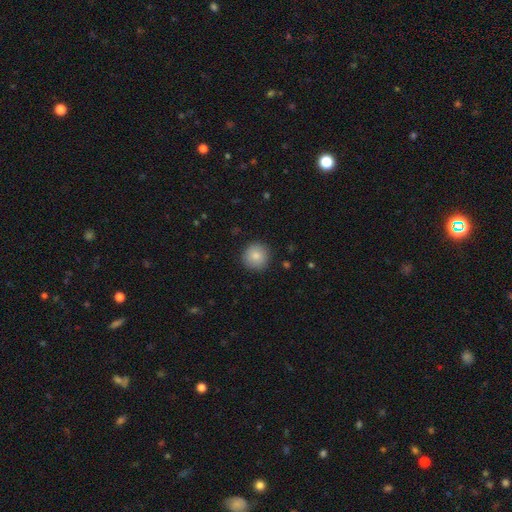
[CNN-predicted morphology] Smooth or featured? Predicted: smooth (p=0.84). How rounded? Predicted: round (p=0.94). Merging? Predicted: none (p=0.90).